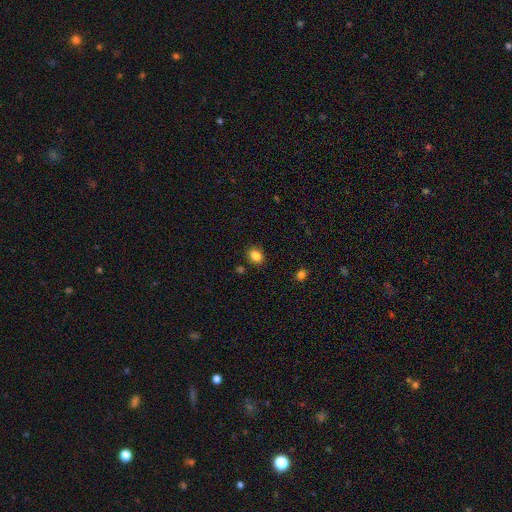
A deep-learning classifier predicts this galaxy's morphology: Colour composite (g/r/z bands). It shows a smooth galaxy with no disk features (85%) that is in between round and cigar-shaped (60%). Merging: none (86%).